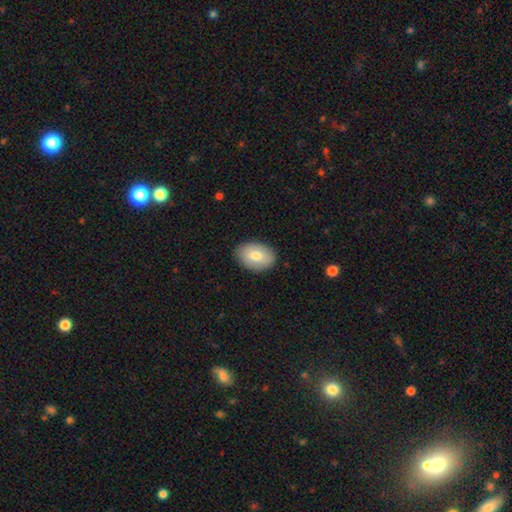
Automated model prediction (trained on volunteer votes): Smooth or featured: smooth — 77% (featured or disk — 17%)
How rounded: in between — 84% (round — 15%)
Merging: none — 86% (minor disturbance — 11%)